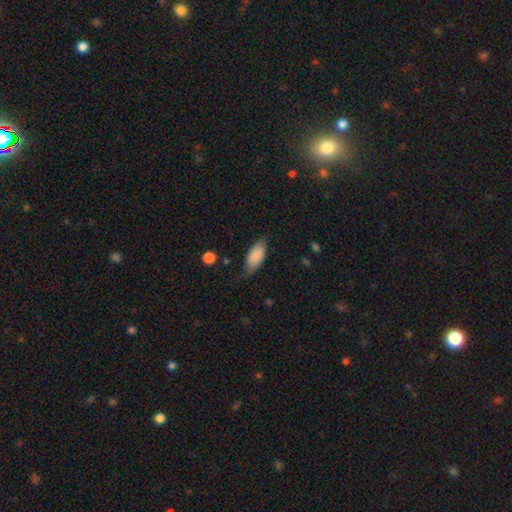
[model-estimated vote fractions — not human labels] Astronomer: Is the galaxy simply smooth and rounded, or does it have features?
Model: smooth — 83%.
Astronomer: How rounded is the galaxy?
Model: in between — 89%.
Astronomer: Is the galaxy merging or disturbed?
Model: none — 56% (runner-up: minor disturbance, 32%).